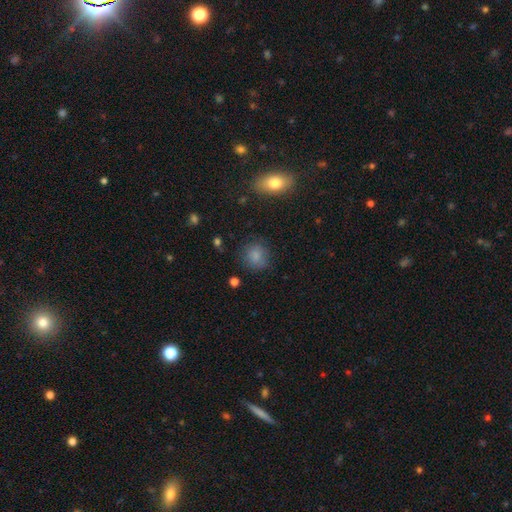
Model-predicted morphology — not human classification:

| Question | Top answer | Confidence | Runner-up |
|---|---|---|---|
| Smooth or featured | smooth | 82% | star or artifact (11%) |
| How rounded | round | 85% | in between (13%) |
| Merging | none | 80% | minor disturbance (13%) |